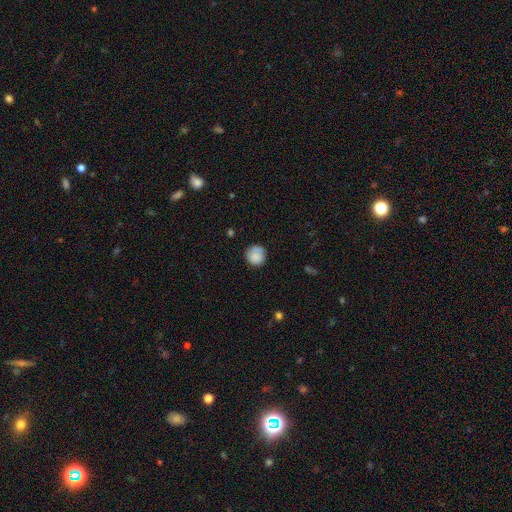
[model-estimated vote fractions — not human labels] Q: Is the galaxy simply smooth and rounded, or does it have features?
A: smooth — 82%.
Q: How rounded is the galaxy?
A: round — 91%.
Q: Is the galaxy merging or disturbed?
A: none — 76%.